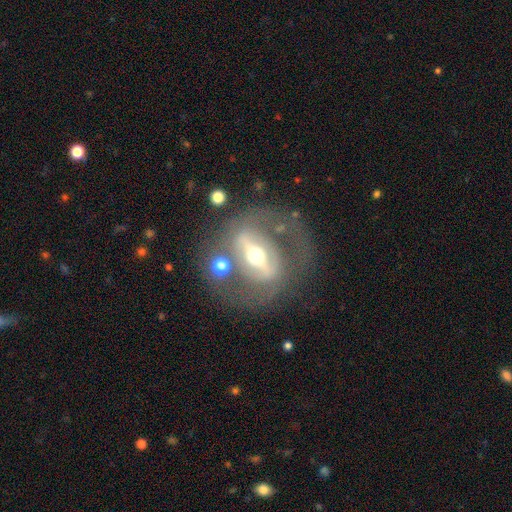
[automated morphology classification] smooth-or-featured: featured or disk: 79% | smooth: 14% | star or artifact: 7%
  disk-edge-on: no: 85% | yes: 15%
    bar: strong: 72% | weak: 18% | no: 10%
    has-spiral-arms: no: 61% | yes: 39%
    bulge-size: moderate: 69% | small: 21% | large: 8% | dominant: 1% | none: 1%
  merging: none: 60% | major disturbance: 16% | minor disturbance: 16% | merger: 9%